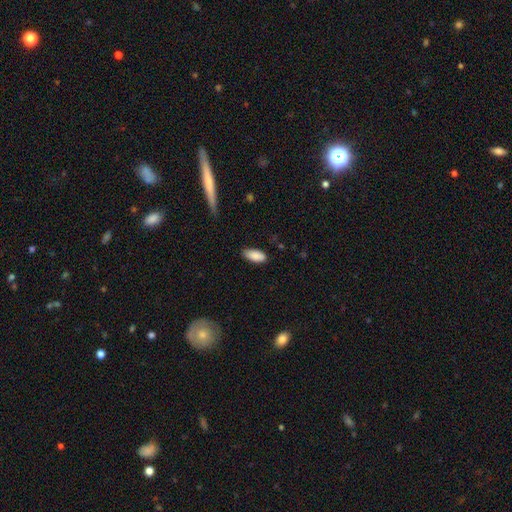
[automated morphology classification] Smooth or featured: smooth — 88% (star or artifact — 7%)
How rounded: in between — 89% (cigar-shaped — 9%)
Merging: none — 74% (minor disturbance — 21%)